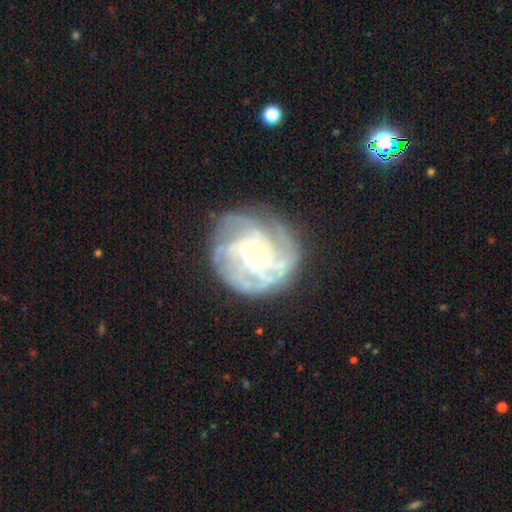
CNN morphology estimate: smooth_or_featured: featured or disk (p=0.80) [alt: smooth p=0.12]
disk_edge_on: no (p=0.97) [alt: yes p=0.03]
bar: no (p=0.77) [alt: weak p=0.18]
has_spiral_arms: yes (p=0.86) [alt: no p=0.14]
spiral_winding: tight (p=0.59) [alt: medium p=0.29]
spiral_arm_count: can't tell (p=0.37) [alt: 4 p=0.20]
bulge_size: small (p=0.80) [alt: moderate p=0.14]
merging: none (p=0.68) [alt: minor disturbance p=0.18]